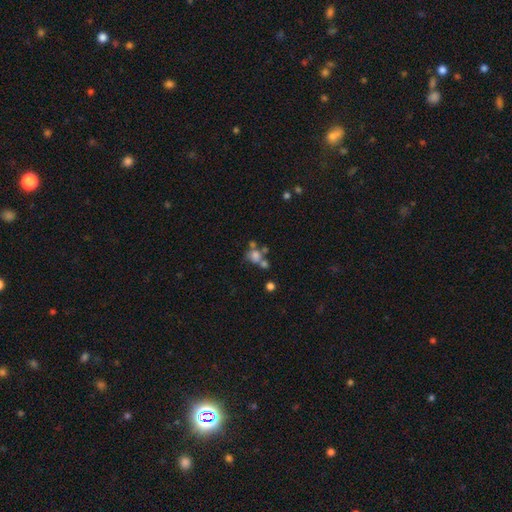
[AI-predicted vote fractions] The model was most divided on "merging": merger: 41%, none: 37%, minor disturbance: 12%, major disturbance: 10%. More confident: how rounded — round (64%); smooth or featured — smooth (64%).